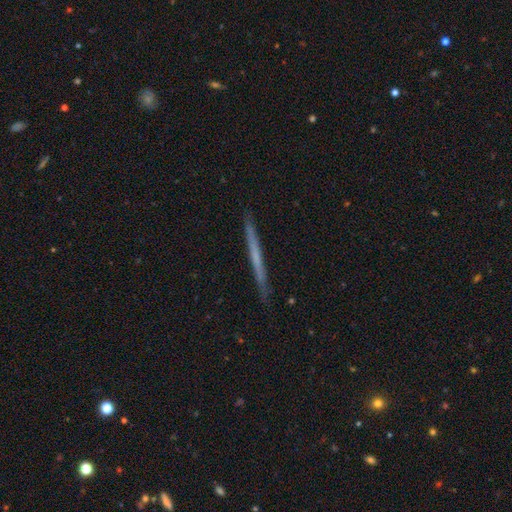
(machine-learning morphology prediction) smooth_or_featured: featured or disk (p=0.51) [alt: smooth p=0.43]
disk_edge_on: yes (p=0.97) [alt: no p=0.03]
merging: none (p=0.91) [alt: minor disturbance p=0.06]